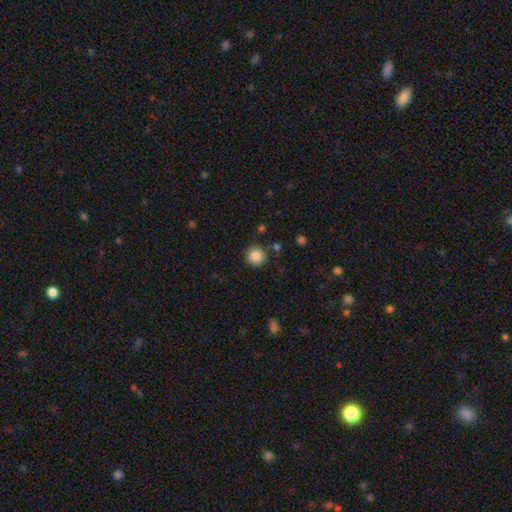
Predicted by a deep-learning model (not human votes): This appears to be a smooth galaxy with no disk features (85%) that is round (95%). Merging: none (87%).